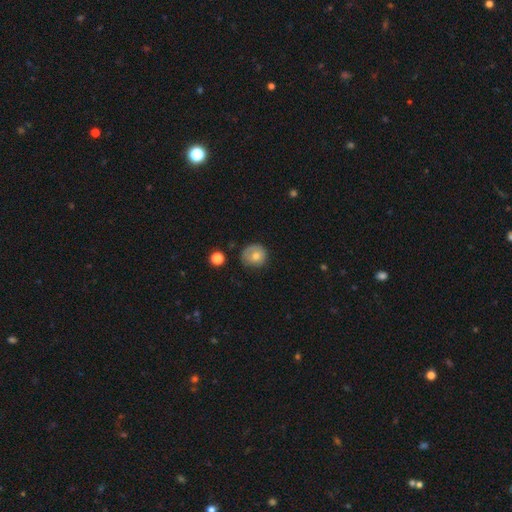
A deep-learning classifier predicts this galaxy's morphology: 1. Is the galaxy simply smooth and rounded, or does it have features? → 73% smooth, 18% featured or disk, 9% star or artifact.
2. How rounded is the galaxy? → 86% round, 13% in between, 1% cigar-shaped.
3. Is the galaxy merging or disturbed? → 67% none, 24% minor disturbance, 7% major disturbance, 2% merger.